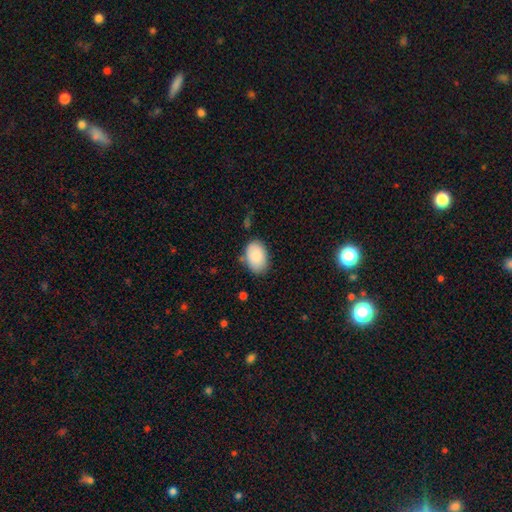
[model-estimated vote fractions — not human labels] This is clearly a smooth galaxy (88%). How rounded: clearly in between (88%). Merging: likely none (78%).